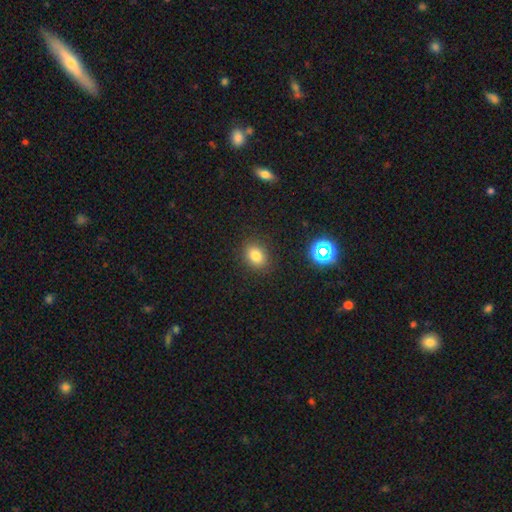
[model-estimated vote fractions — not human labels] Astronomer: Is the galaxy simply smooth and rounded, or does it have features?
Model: smooth — 79%.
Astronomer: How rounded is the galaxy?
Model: in between — 56% (runner-up: round, 43%).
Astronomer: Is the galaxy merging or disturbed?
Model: none — 87%.